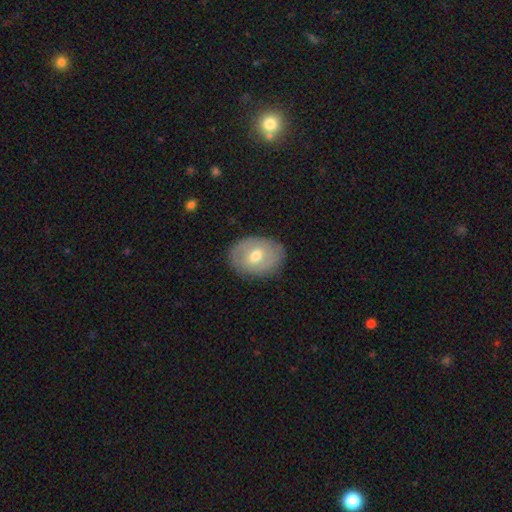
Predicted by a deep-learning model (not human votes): A smooth galaxy with no disk features (54%) that is in between round and cigar-shaped (69%).

Vote fractions:
- Smooth or featured? smooth: 54% / featured or disk: 39% / star or artifact: 7%
- How rounded? in between: 69% / round: 30% / cigar-shaped: 1%
- Merging? none: 84% / minor disturbance: 12% / major disturbance: 3% / merger: 1%